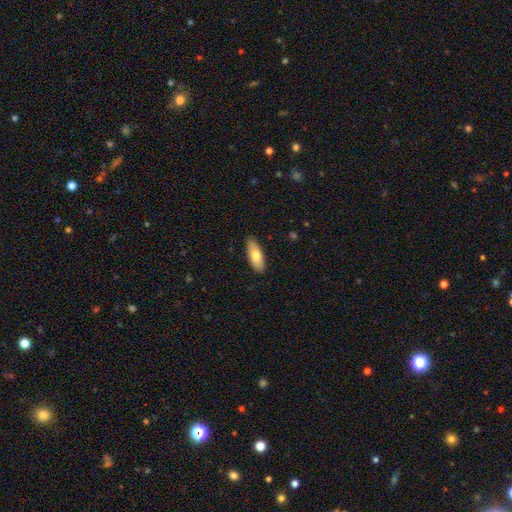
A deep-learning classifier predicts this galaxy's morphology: Q: Smooth or featured?
A: smooth (77%); runner-up: featured or disk (17%)
Q: How rounded?
A: in between (71%); runner-up: cigar-shaped (27%)
Q: Merging?
A: none (87%); runner-up: minor disturbance (10%)